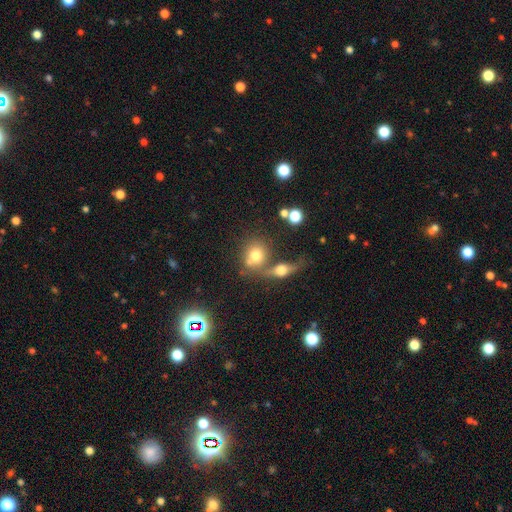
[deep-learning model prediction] Q: Smooth or featured?
A: smooth (72%); runner-up: featured or disk (16%)
Q: How rounded?
A: round (72%); runner-up: in between (26%)
Q: Merging?
A: none (43%); runner-up: merger (39%)